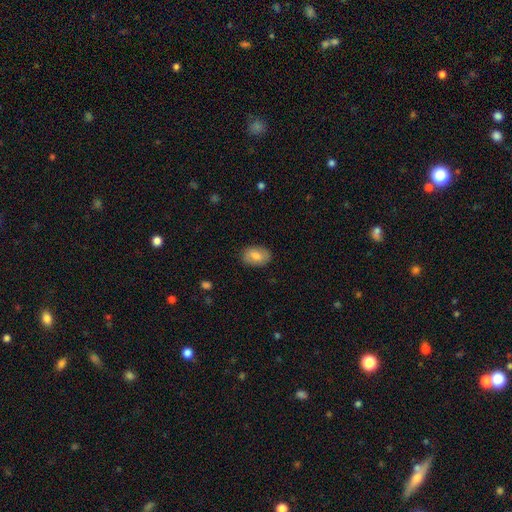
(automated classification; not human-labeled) Smooth or featured? smooth (72%)
How rounded? in between (82%)
Merging? none (83%)